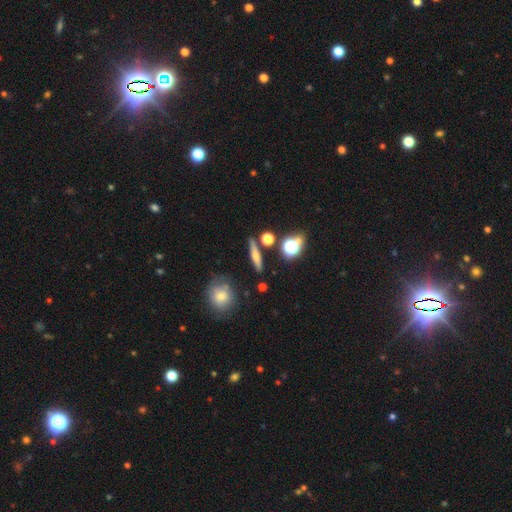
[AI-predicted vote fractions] This appears to be a smooth galaxy with no disk features (46%). Merging: none (83%).